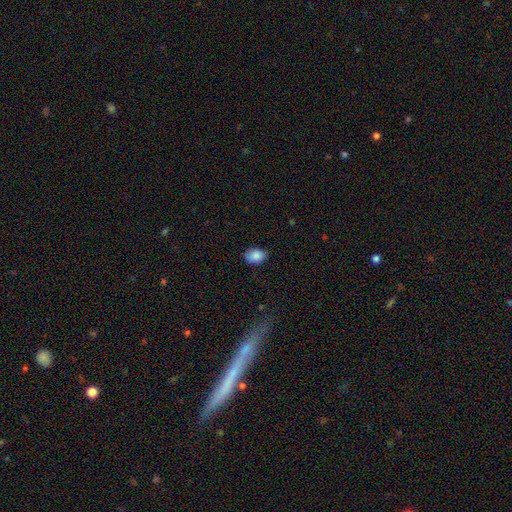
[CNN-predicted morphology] Q: Smooth or featured?
A: smooth (87%); runner-up: star or artifact (8%)
Q: How rounded?
A: in between (80%); runner-up: round (19%)
Q: Merging?
A: none (81%); runner-up: minor disturbance (15%)